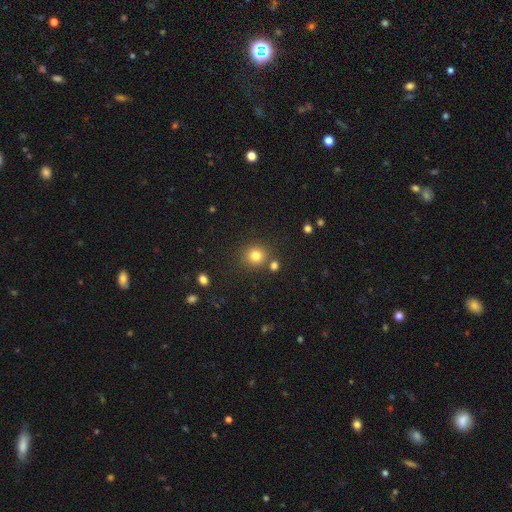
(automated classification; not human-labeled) Smooth or featured? smooth (80%)
How rounded? round (86%)
Merging? none (80%)